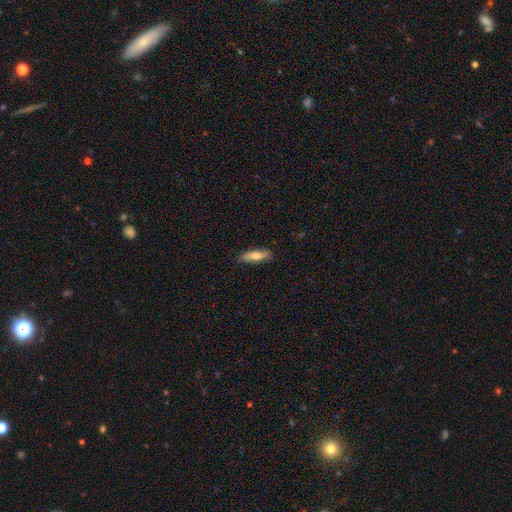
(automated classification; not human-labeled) Smooth or featured?
  - smooth: 69% *
  - featured or disk: 25%
  - star or artifact: 6%
How rounded?
  - cigar-shaped: 63% *
  - in between: 35%
  - round: 2%
Merging?
  - none: 83% *
  - minor disturbance: 14%
  - major disturbance: 2%
  - merger: 1%